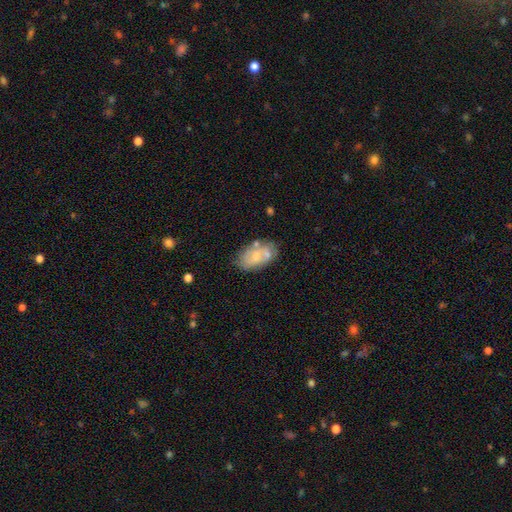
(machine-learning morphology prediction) A featured or disk galaxy (47%). Merging: none (54%).